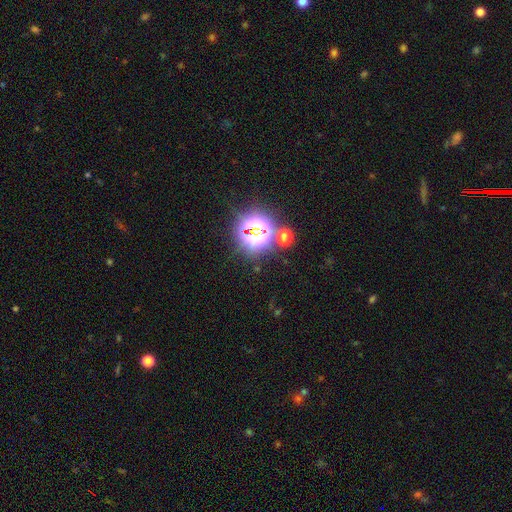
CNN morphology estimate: type=star or artifact (79%).